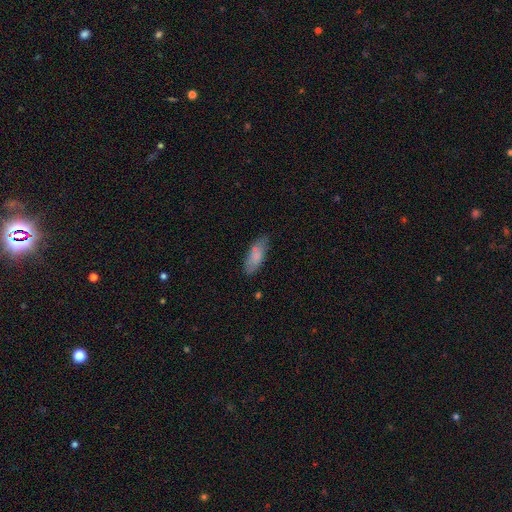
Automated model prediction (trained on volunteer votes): The model was most divided on "how rounded": in between: 69%, cigar-shaped: 29%, round: 2%. More confident: smooth or featured — smooth (79%); merging — none (73%).